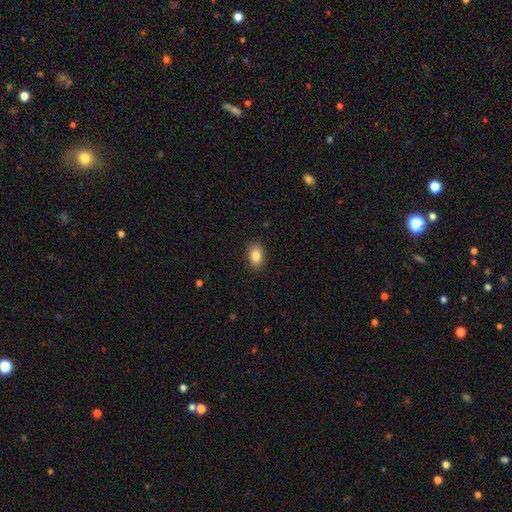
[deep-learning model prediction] smooth 85%, star or artifact 8%, featured or disk 7%. Down the decision tree: how rounded — in between (86%); merging — none (89%).